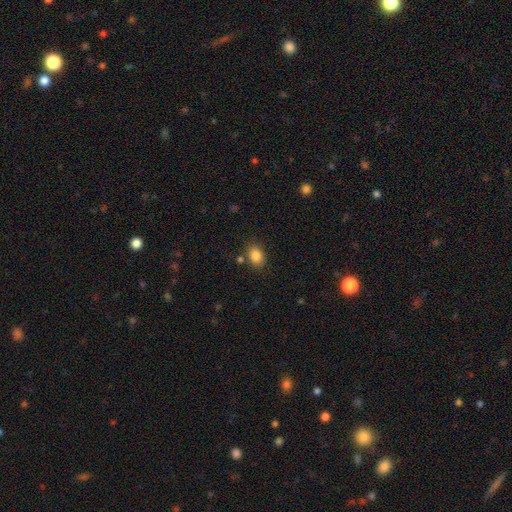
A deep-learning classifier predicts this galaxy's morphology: Smooth or featured?
  - smooth: 85% *
  - star or artifact: 10%
  - featured or disk: 6%
How rounded?
  - in between: 66% *
  - round: 33%
  - cigar-shaped: 1%
Merging?
  - none: 79% *
  - minor disturbance: 12%
  - merger: 6%
  - major disturbance: 3%